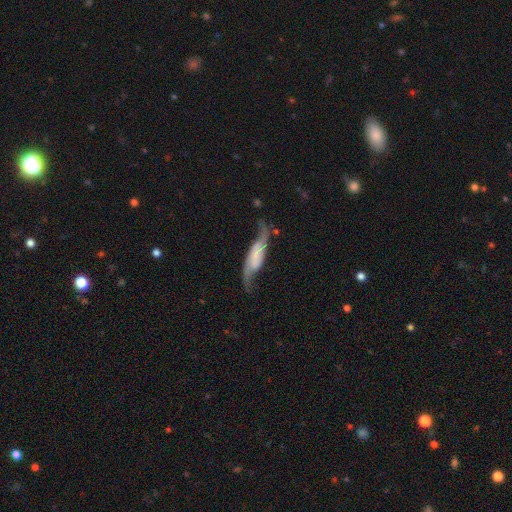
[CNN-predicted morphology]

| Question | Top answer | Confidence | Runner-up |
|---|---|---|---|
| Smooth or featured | featured or disk | 77% | smooth (17%) |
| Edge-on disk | no | 79% | yes (21%) |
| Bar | no | 46% | weak (30%) |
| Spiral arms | yes | 94% | no (6%) |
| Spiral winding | loose | 79% | medium (16%) |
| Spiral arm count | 2 | 92% | can't tell (3%) |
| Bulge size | none | 50% | small (25%) |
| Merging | none | 61% | minor disturbance (21%) |